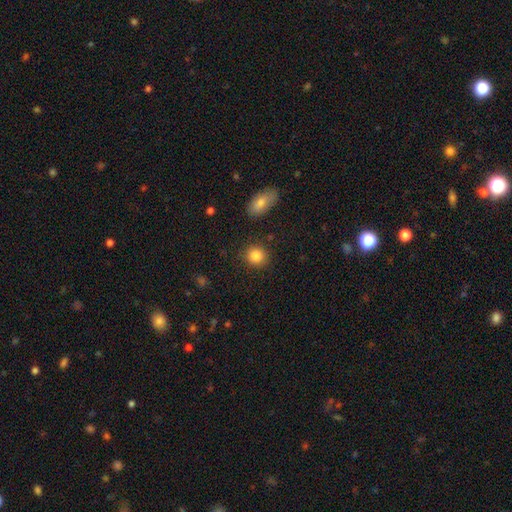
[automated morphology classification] smooth_or_featured: smooth (p=0.87) [alt: star or artifact p=0.09]
how_rounded: round (p=0.85) [alt: in between p=0.14]
merging: none (p=0.87) [alt: minor disturbance p=0.07]